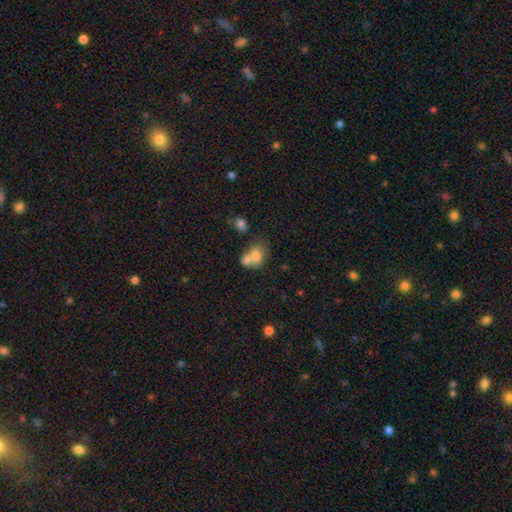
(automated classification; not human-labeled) This appears to be a smooth galaxy with no disk features (71%) that is in between round and cigar-shaped (64%). Merging: merger (63%).